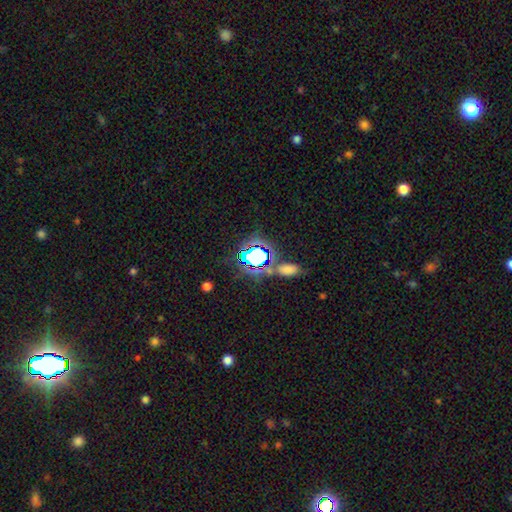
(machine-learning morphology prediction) Smooth or featured? star or artifact (63%)